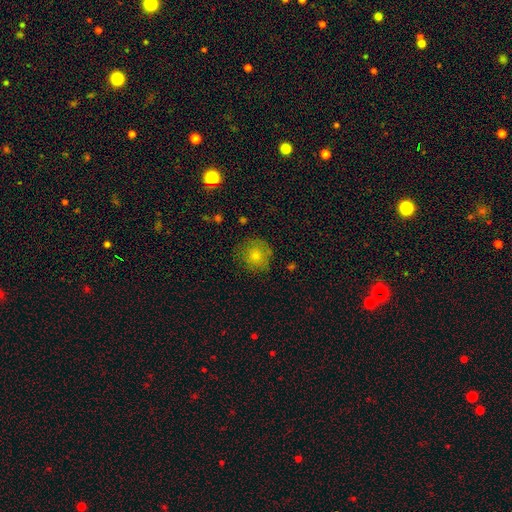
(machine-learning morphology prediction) smooth_or_featured: smooth (p=0.67) [alt: featured or disk p=0.19]
how_rounded: round (p=0.91) [alt: in between p=0.08]
merging: none (p=0.79) [alt: minor disturbance p=0.15]